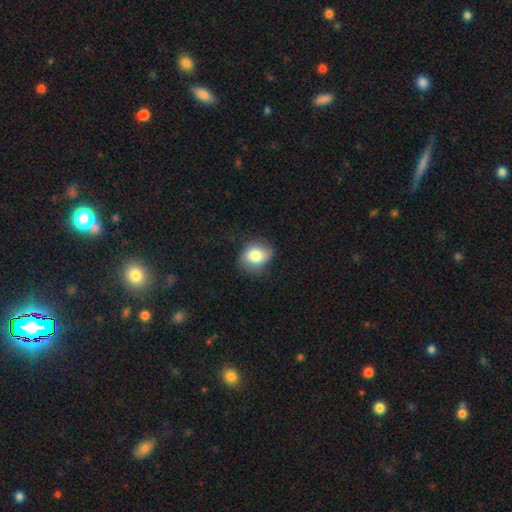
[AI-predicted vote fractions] smooth 77%, featured or disk 15%, star or artifact 8%. Down the decision tree: how rounded — round (57%); merging — none (68%).